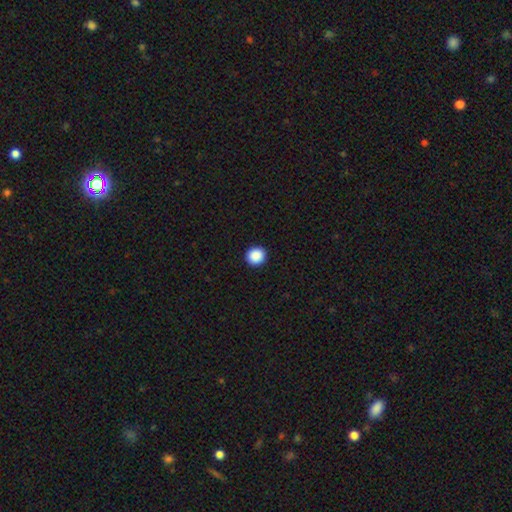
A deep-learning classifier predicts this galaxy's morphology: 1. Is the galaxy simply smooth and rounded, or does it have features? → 89% smooth, 9% star or artifact, 2% featured or disk.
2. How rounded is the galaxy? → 90% round, 9% in between, 1% cigar-shaped.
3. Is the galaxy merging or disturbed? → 93% none, 4% minor disturbance, 2% major disturbance, 1% merger.